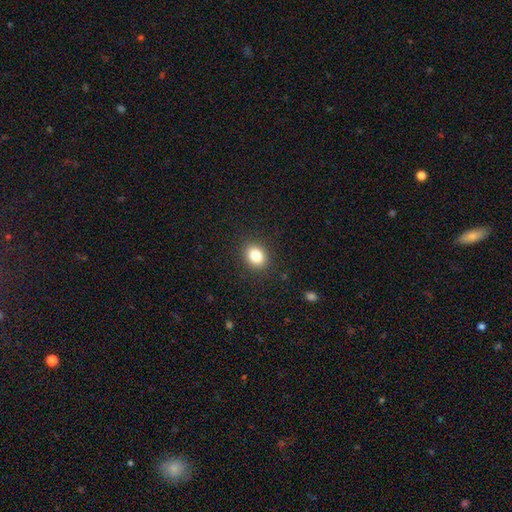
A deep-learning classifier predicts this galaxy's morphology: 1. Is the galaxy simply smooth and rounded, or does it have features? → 84% smooth, 10% star or artifact, 6% featured or disk.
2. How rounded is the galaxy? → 54% round, 45% in between, 1% cigar-shaped.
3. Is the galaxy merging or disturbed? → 89% none, 8% minor disturbance, 3% major disturbance, 1% merger.